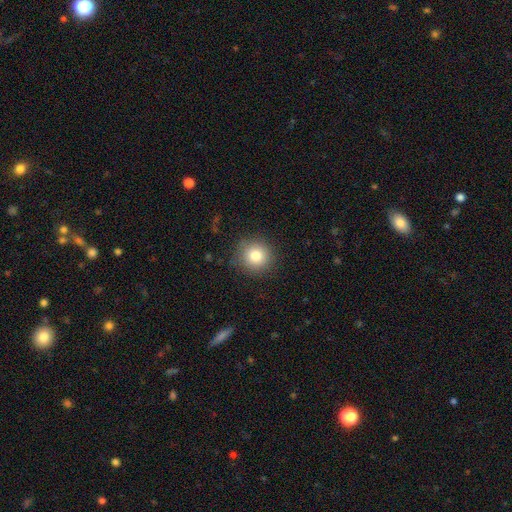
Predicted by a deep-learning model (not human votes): Smooth or featured? Predicted: smooth (p=0.81). How rounded? Predicted: round (p=0.92). Merging? Predicted: none (p=0.87).